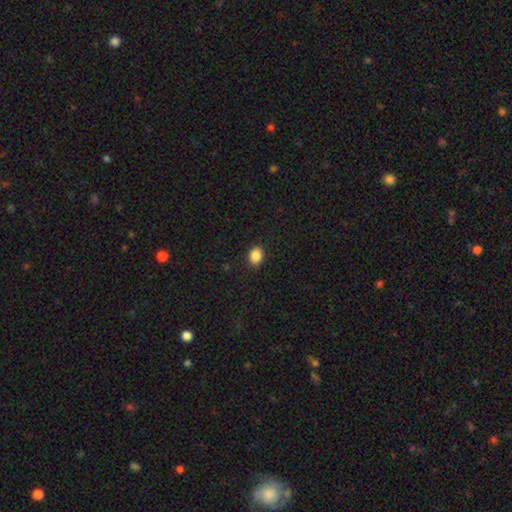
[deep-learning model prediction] Overall: smooth (88%). How rounded: in between (56%; round 43%). Merging: none (91%).